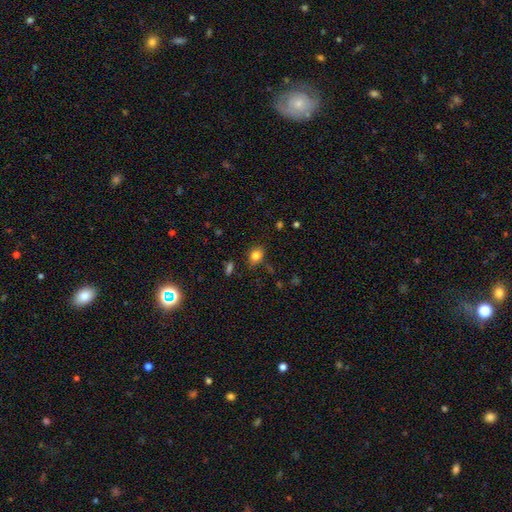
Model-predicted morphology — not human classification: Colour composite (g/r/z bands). It shows a smooth galaxy with no disk features (81%) that is in between round and cigar-shaped (60%). Merging: none (79%).